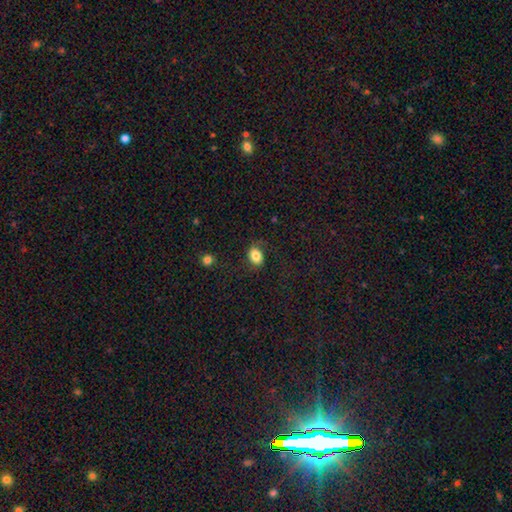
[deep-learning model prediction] Smooth or featured: smooth — 82% (featured or disk — 9%)
How rounded: in between — 73% (round — 26%)
Merging: none — 74% (minor disturbance — 17%)